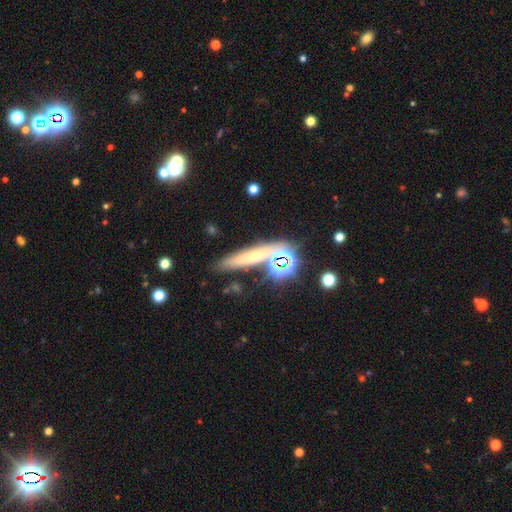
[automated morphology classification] Smooth or featured: smooth — 45% (featured or disk — 30%)
Merging: none — 69% (minor disturbance — 13%)